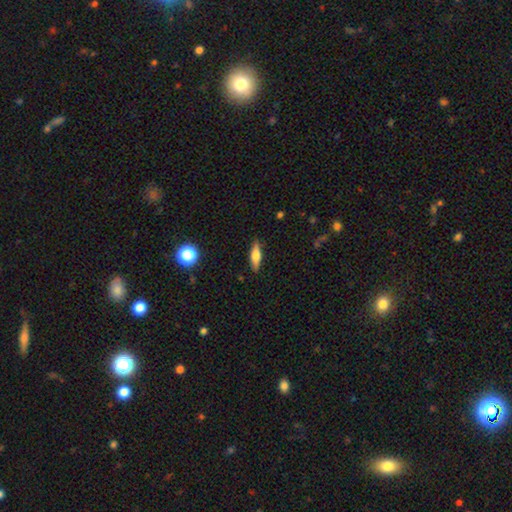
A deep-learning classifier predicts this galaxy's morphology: smooth 58%, featured or disk 35%, star or artifact 8%. Down the decision tree: how rounded — cigar-shaped (52%); merging — none (87%).